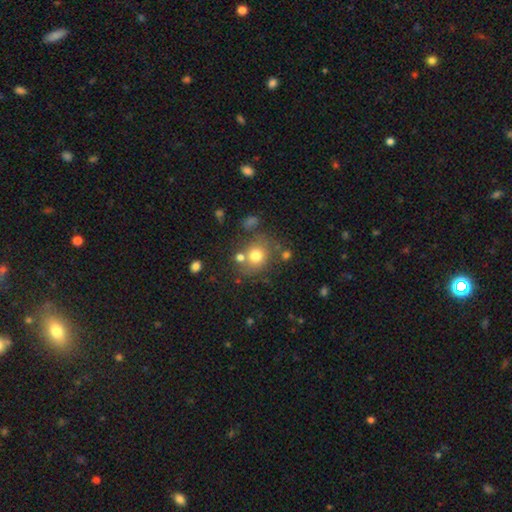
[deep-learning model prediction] Smooth or featured? Predicted: smooth (p=0.74). How rounded? Predicted: round (p=0.79). Merging? Predicted: none (p=0.67).